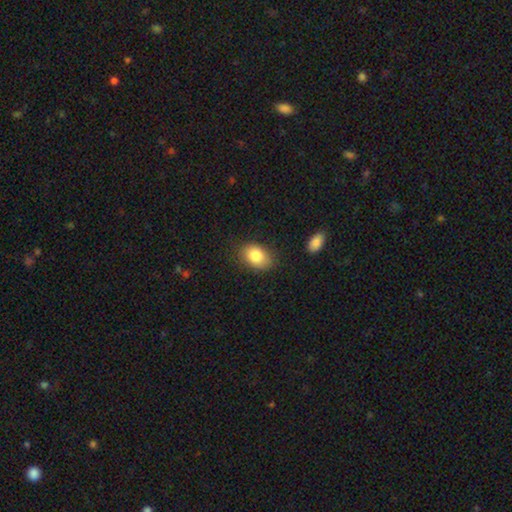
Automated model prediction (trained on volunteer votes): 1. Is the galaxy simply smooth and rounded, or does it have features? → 84% smooth, 8% featured or disk, 8% star or artifact.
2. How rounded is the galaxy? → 79% in between, 20% round, 1% cigar-shaped.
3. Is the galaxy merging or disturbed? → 80% none, 15% minor disturbance, 4% major disturbance, 2% merger.